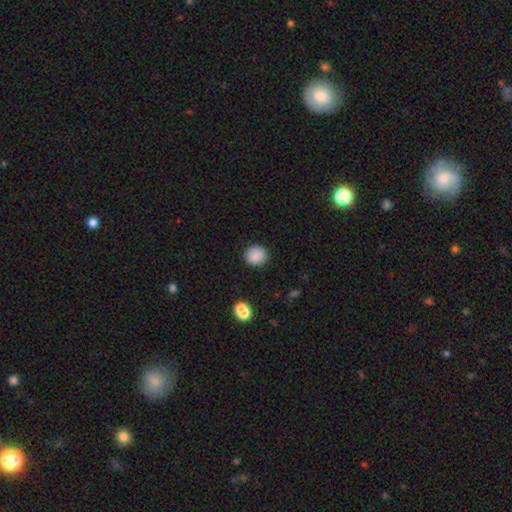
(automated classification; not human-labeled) Smooth or featured? smooth (86%)
How rounded? round (84%)
Merging? none (88%)